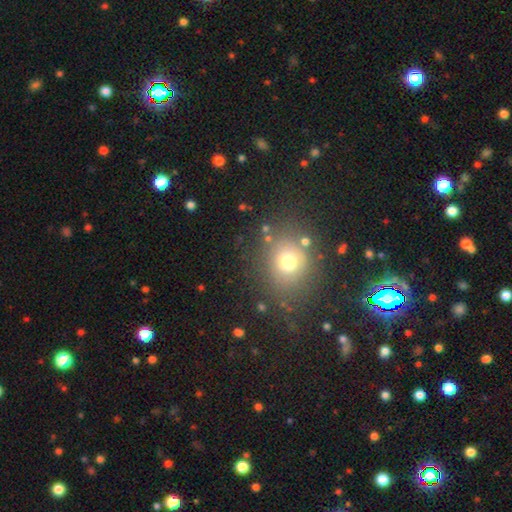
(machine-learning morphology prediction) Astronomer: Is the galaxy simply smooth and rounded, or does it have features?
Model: smooth — 58%.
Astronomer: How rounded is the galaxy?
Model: round — 75%.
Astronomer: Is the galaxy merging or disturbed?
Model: none — 80%.